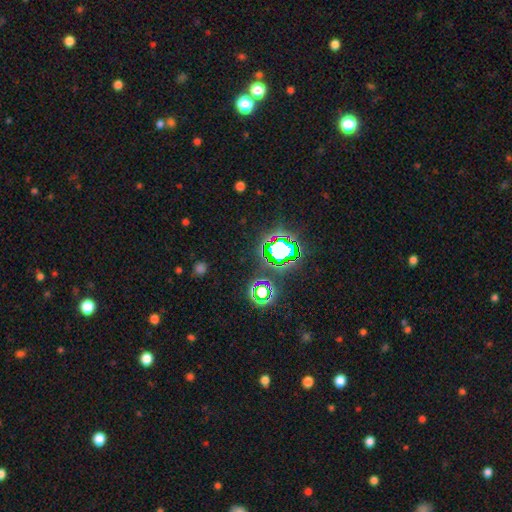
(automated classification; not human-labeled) This appears to be a star or artifact, not a galaxy (79%).